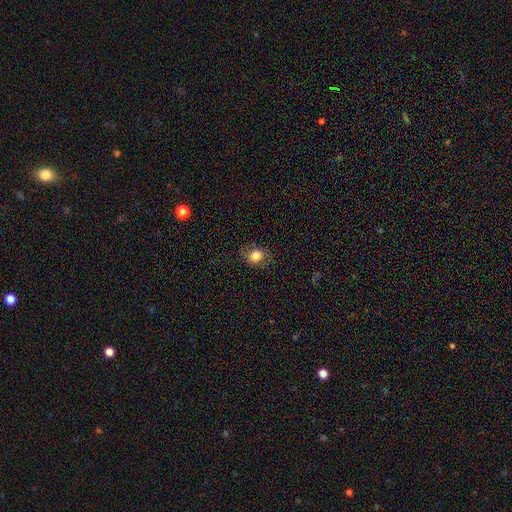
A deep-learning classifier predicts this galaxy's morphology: Smooth or featured? Predicted: smooth (p=0.81). How rounded? Predicted: round (p=0.61). Merging? Predicted: none (p=0.77).